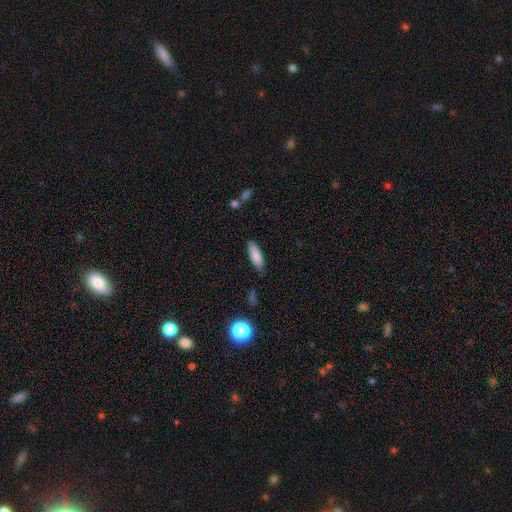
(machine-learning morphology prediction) A smooth galaxy with no disk features (83%) that is cigar-shaped (50%).

Vote fractions:
- Smooth or featured? smooth: 83% / featured or disk: 9% / star or artifact: 7%
- How rounded? cigar-shaped: 50% / in between: 49% / round: 2%
- Merging? none: 77% / minor disturbance: 18% / major disturbance: 3% / merger: 2%